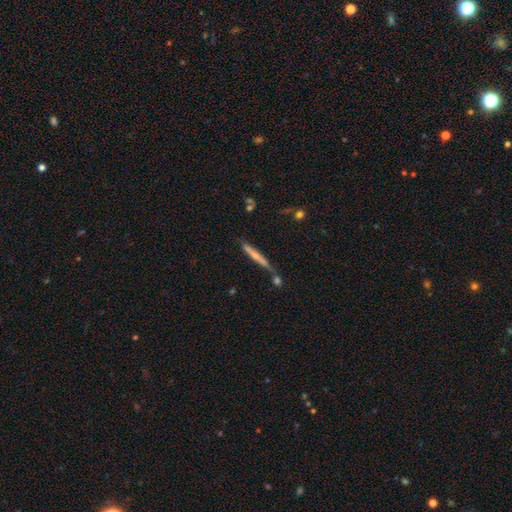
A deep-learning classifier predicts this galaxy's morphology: type=smooth (47%); merging=none (67%).